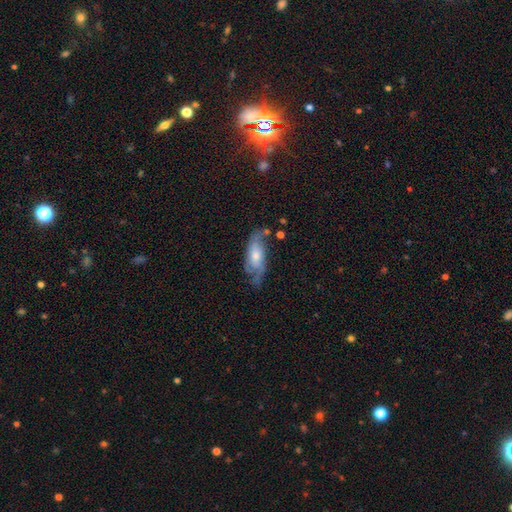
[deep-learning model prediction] Smooth or featured? featured or disk (59%)
Edge-on disk? no (86%)
Bar? no (69%)
Spiral arms? yes (82%)
Bulge size? moderate (48%)
Merging? none (51%)